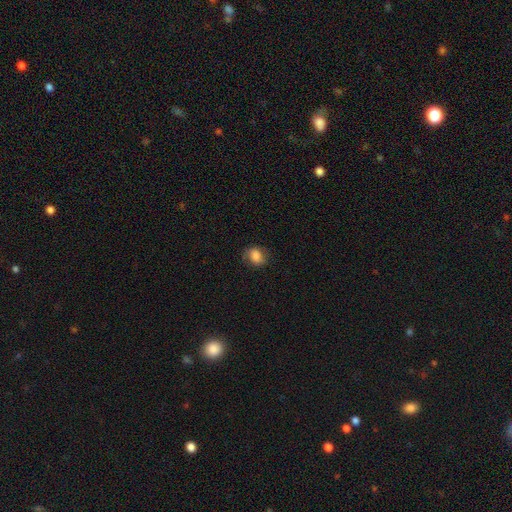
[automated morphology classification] Q: Smooth or featured?
A: smooth (79%); runner-up: featured or disk (12%)
Q: How rounded?
A: in between (56%); runner-up: round (43%)
Q: Merging?
A: none (71%); runner-up: minor disturbance (20%)